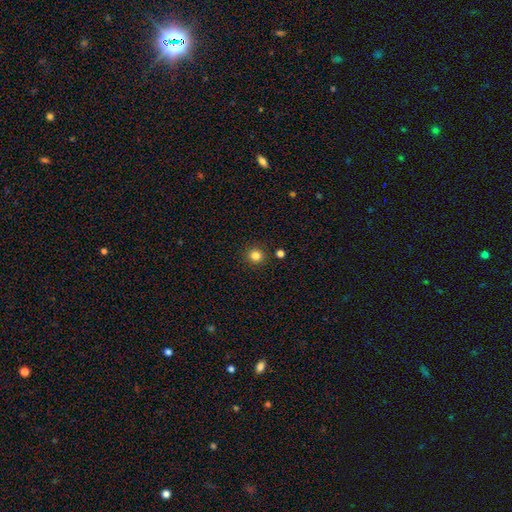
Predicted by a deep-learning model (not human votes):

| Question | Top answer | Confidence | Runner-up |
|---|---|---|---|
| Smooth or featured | smooth | 82% | star or artifact (13%) |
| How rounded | round | 91% | in between (8%) |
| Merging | none | 89% | minor disturbance (6%) |